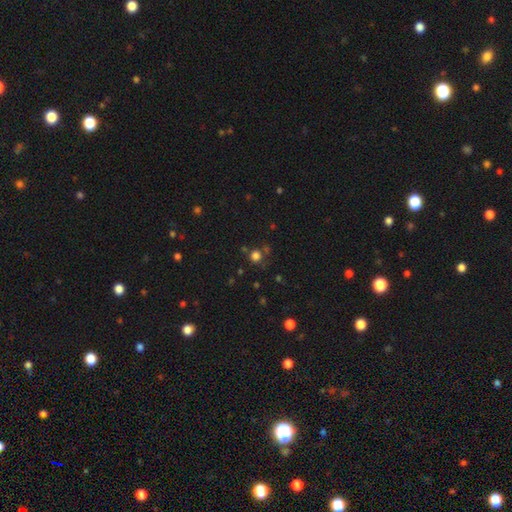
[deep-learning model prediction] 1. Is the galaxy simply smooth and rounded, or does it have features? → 72% smooth, 22% star or artifact, 6% featured or disk.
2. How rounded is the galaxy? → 91% round, 8% in between, 1% cigar-shaped.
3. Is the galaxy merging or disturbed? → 74% none, 10% minor disturbance, 10% merger, 5% major disturbance.